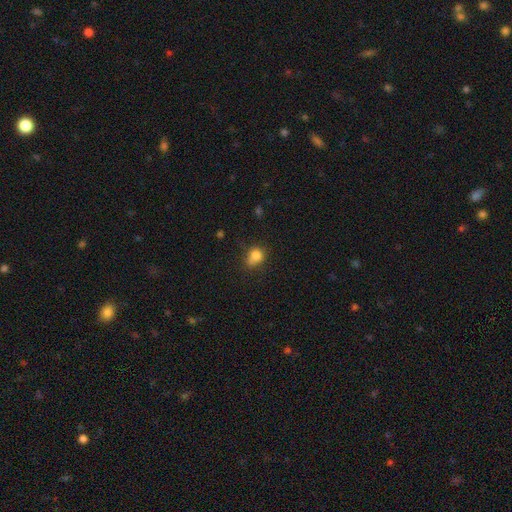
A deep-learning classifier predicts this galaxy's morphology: A smooth galaxy with no disk features (82%) that is round (65%).

Vote fractions:
- Smooth or featured? smooth: 82% / star or artifact: 11% / featured or disk: 7%
- How rounded? round: 65% / in between: 34% / cigar-shaped: 1%
- Merging? none: 54% / minor disturbance: 30% / major disturbance: 9% / merger: 7%